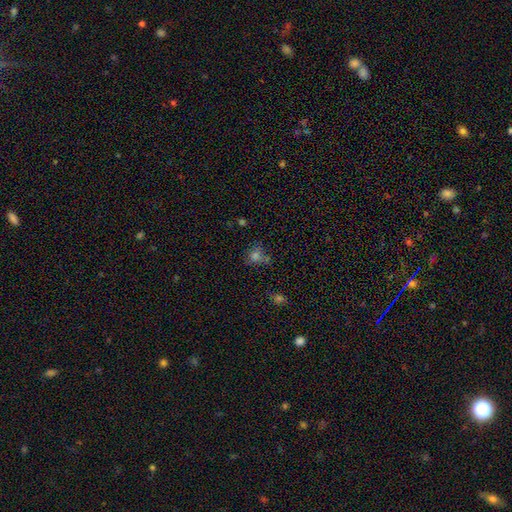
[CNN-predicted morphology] A smooth galaxy with no disk features (67%) that is round (75%). Merging: none (59%).